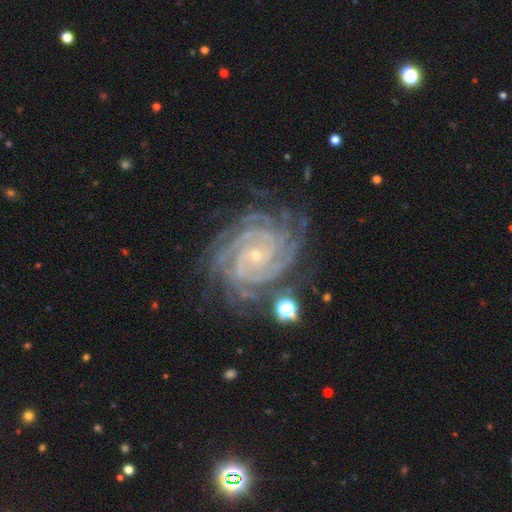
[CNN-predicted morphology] A featured or disk galaxy (92%) with no bar (73%), more than 4 (28%, tied with 4) tight (84%) spiral arms (99%) and a small central bulge (87%).

Vote fractions:
- Smooth or featured? featured or disk: 92% / star or artifact: 5% / smooth: 3%
- Edge-on disk? no: 98% / yes: 2%
- Bar? no: 73% / weak: 18% / strong: 9%
- Spiral arms? yes: 99% / no: 1%
- Spiral winding? tight: 84% / medium: 14% / loose: 2%
- Spiral arm count? more than 4: 28% (tied) / 4: 28% (tied) / can't tell: 13% / 3: 13% / 2: 10% / 1: 8%
- Bulge size? small: 87% / moderate: 10% / none: 1% / large: 1% / dominant: 1%
- Merging? none: 76% / minor disturbance: 16% / major disturbance: 6% / merger: 2%